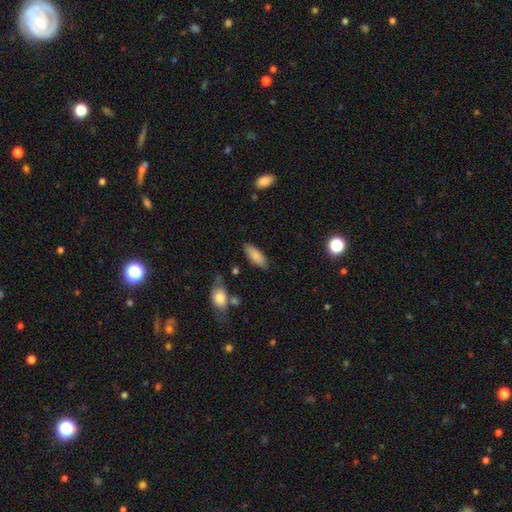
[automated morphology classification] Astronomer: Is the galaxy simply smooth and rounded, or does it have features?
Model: smooth — 86%.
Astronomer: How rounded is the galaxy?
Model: in between — 68%.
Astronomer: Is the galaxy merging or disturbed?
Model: none — 83%.